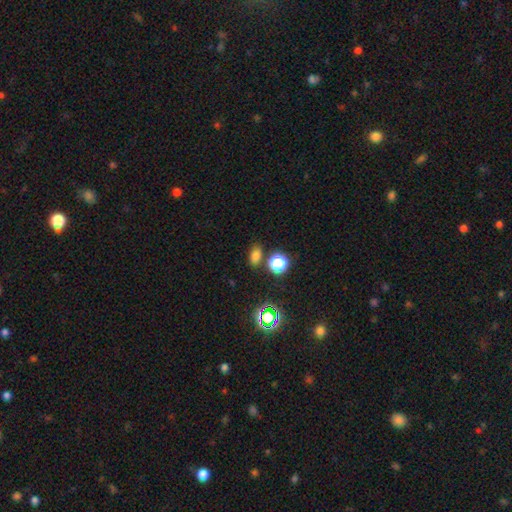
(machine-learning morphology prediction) smooth_or_featured: smooth (p=0.71) [alt: star or artifact p=0.22]
how_rounded: in between (p=0.77) [alt: round p=0.20]
merging: none (p=0.80) [alt: minor disturbance p=0.10]